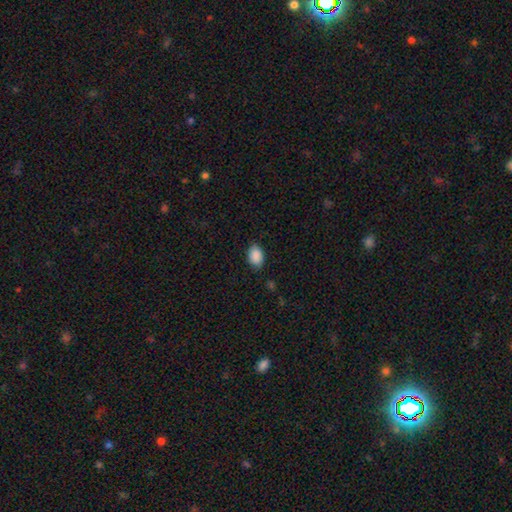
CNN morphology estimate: This is clearly a smooth galaxy (90%). How rounded: clearly in between (86%). Merging: clearly none (81%).